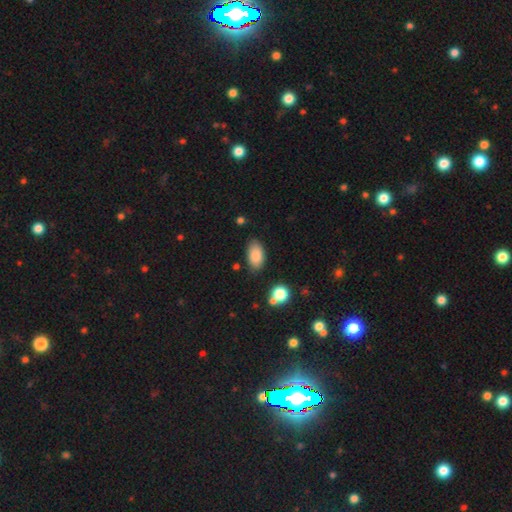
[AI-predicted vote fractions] Smooth or featured: smooth — 85% (star or artifact — 8%)
How rounded: in between — 94% (round — 4%)
Merging: none — 79% (minor disturbance — 15%)